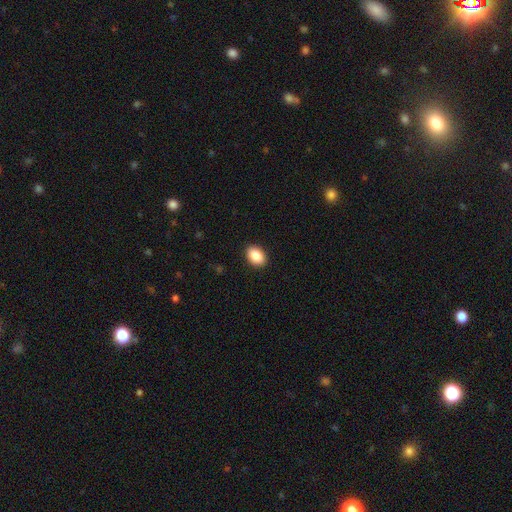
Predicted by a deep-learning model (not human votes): Smooth or featured: smooth — 88% (star or artifact — 8%)
How rounded: in between — 82% (round — 17%)
Merging: none — 91% (minor disturbance — 7%)